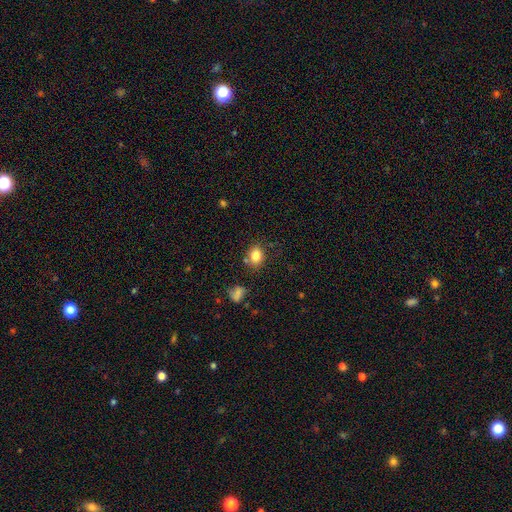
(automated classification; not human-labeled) Smooth or featured: smooth — 82% (star or artifact — 11%)
How rounded: in between — 58% (round — 41%)
Merging: none — 75% (minor disturbance — 14%)